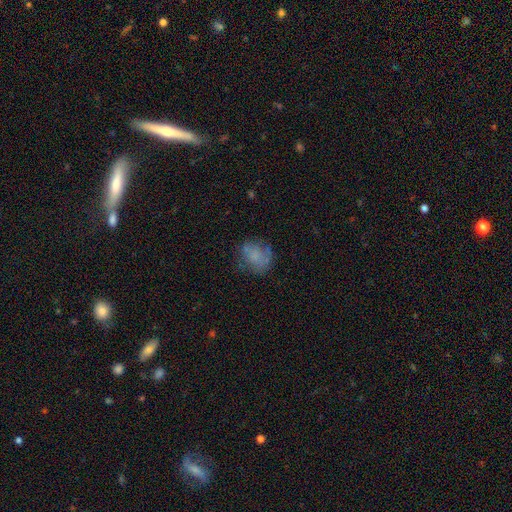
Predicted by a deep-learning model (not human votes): Smooth or featured: smooth — 64% (featured or disk — 24%)
How rounded: round — 63% (in between — 36%)
Merging: none — 58% (minor disturbance — 23%)